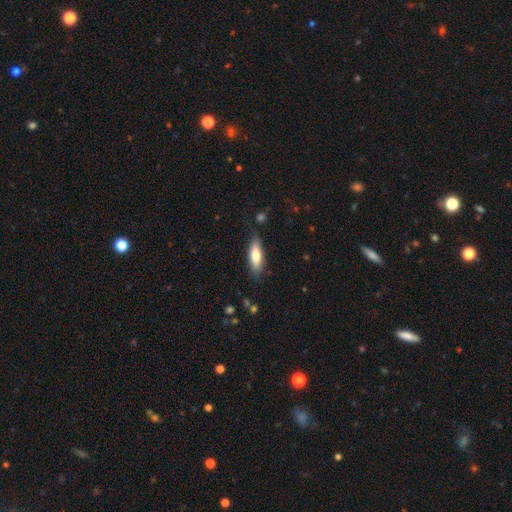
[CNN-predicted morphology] Overall: smooth (74%). How rounded: in between (51%; cigar-shaped 47%). Merging: none (78%).